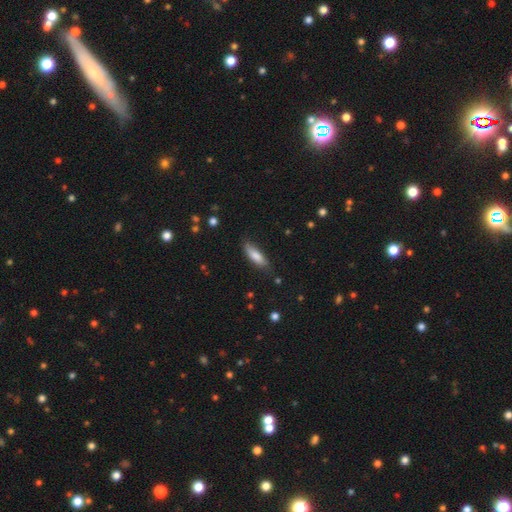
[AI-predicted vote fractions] A smooth galaxy with no disk features (80%) that is in between round and cigar-shaped (50%).

Vote fractions:
- Smooth or featured? smooth: 80% / featured or disk: 14% / star or artifact: 6%
- How rounded? in between: 50% / cigar-shaped: 48% / round: 2%
- Merging? none: 74% / minor disturbance: 20% / major disturbance: 4% / merger: 2%